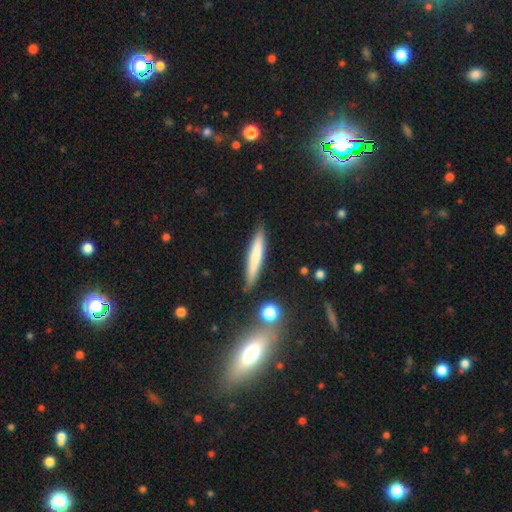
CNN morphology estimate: smooth 66%, featured or disk 27%, star or artifact 7%. Down the decision tree: how rounded — cigar-shaped (92%); merging — none (86%).